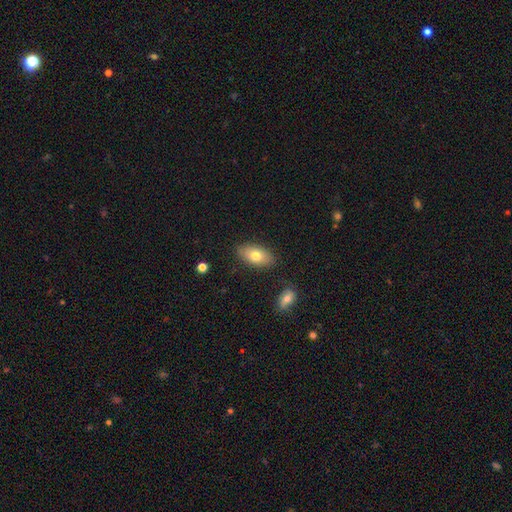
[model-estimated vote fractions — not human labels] Smooth or featured?
  - smooth: 74% *
  - featured or disk: 18%
  - star or artifact: 7%
How rounded?
  - in between: 91% *
  - round: 5%
  - cigar-shaped: 3%
Merging?
  - none: 84% *
  - minor disturbance: 11%
  - merger: 3%
  - major disturbance: 3%